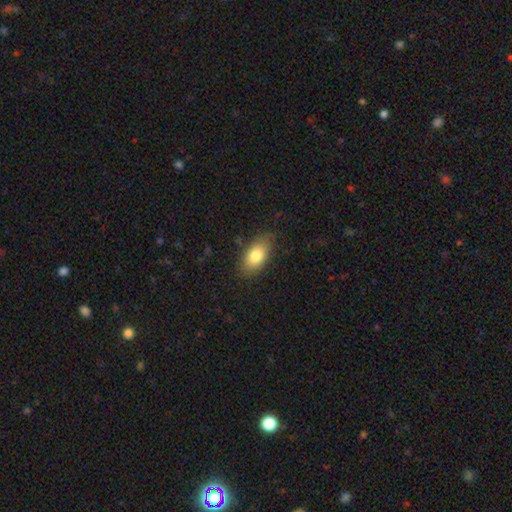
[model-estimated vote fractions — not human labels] Smooth or featured: smooth — 80% (featured or disk — 13%)
How rounded: in between — 90% (round — 6%)
Merging: none — 80% (minor disturbance — 15%)